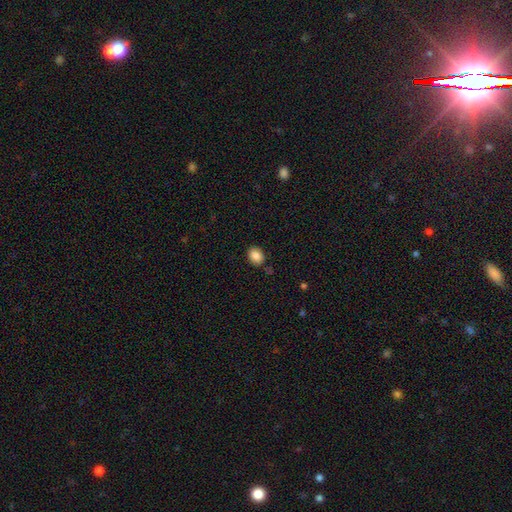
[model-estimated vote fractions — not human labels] Smooth or featured? Predicted: smooth (p=0.86). How rounded? Predicted: in between (p=0.63). Merging? Predicted: none (p=0.84).